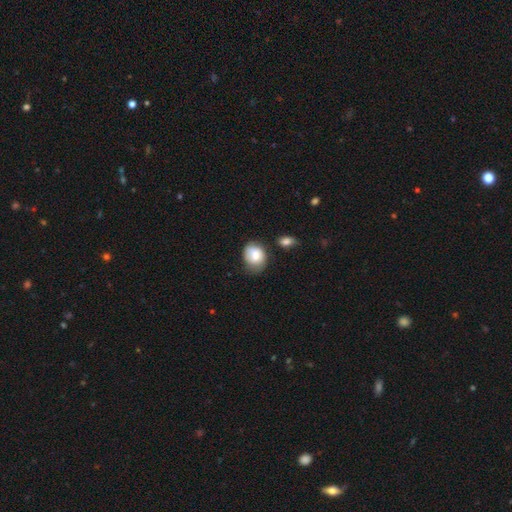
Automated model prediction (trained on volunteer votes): This is likely a smooth galaxy (73%). How rounded: likely round (61%). Merging: possibly none (53%).